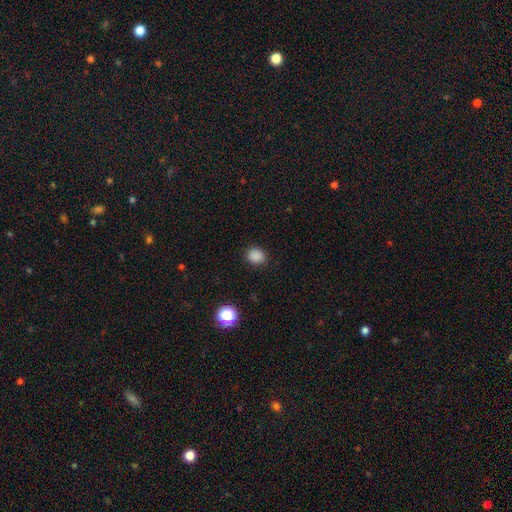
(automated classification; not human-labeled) Smooth or featured? smooth (86%)
How rounded? round (62%)
Merging? none (89%)